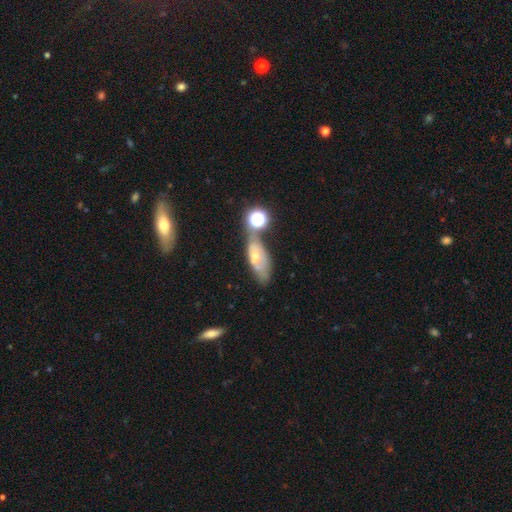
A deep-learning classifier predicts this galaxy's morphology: type=featured or disk (47%); merging=none (52%).